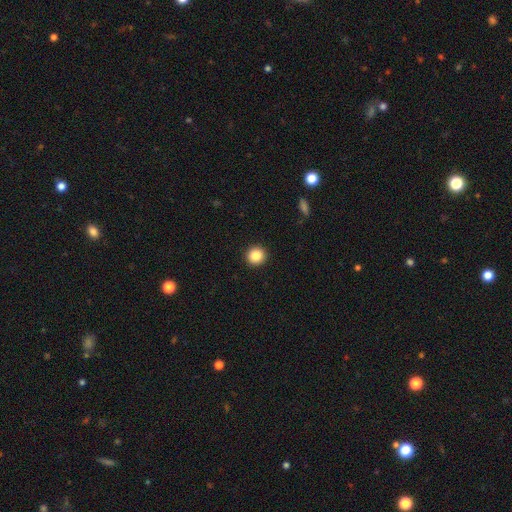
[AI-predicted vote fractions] This appears to be a smooth galaxy with no disk features (86%) that is round (94%). Merging: none (93%).